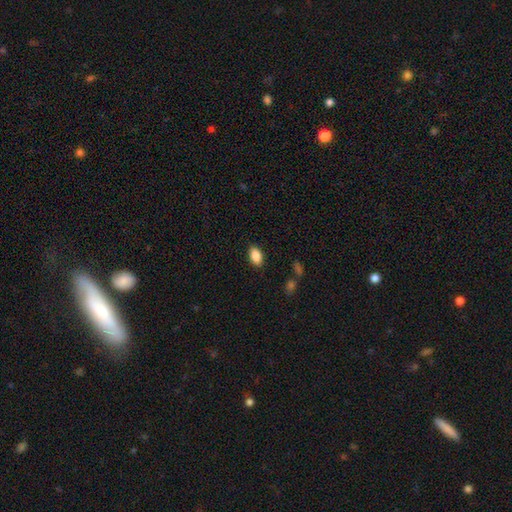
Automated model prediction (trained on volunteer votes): Smooth or featured?
  - smooth: 87% *
  - star or artifact: 8%
  - featured or disk: 6%
How rounded?
  - in between: 91% *
  - round: 7%
  - cigar-shaped: 2%
Merging?
  - none: 87% *
  - minor disturbance: 9%
  - major disturbance: 2%
  - merger: 1%